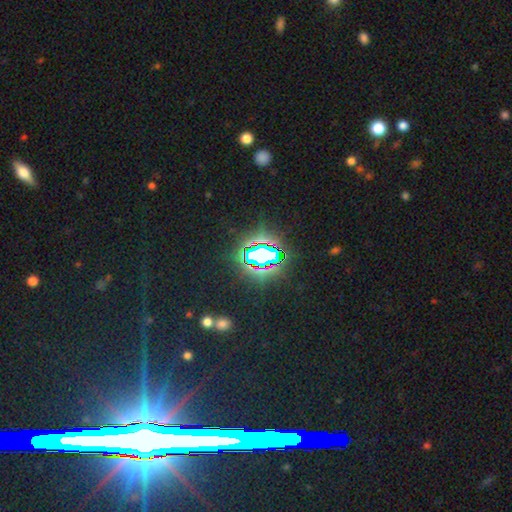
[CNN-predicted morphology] This appears to be a star or artifact, not a galaxy (77%).